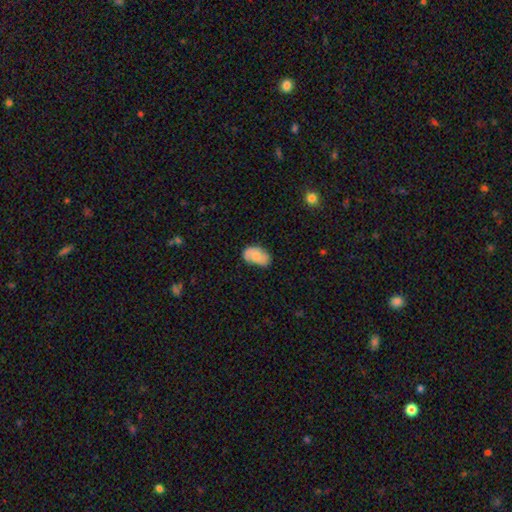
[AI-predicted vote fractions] A smooth galaxy with no disk features (53%) that is in between round and cigar-shaped (90%). Merging: none (68%).